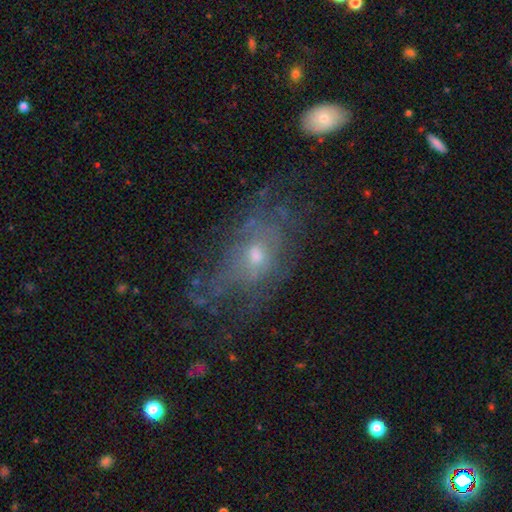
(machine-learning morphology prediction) Q: Smooth or featured?
A: featured or disk (59%); runner-up: smooth (28%)
Q: Edge-on disk?
A: no (93%); runner-up: yes (7%)
Q: Bar?
A: no (74%); runner-up: weak (22%)
Q: Spiral arms?
A: no (59%); runner-up: yes (41%)
Q: Bulge size?
A: small (48%); runner-up: moderate (45%)
Q: Merging?
A: none (48%); runner-up: major disturbance (27%)